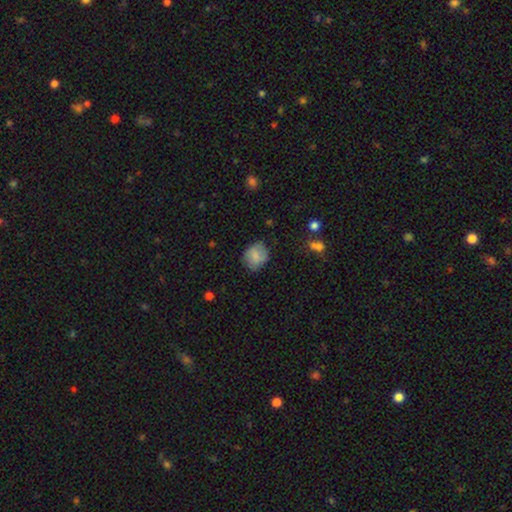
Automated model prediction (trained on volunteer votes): A smooth galaxy with no disk features (77%) that is round (65%). Merging: none (71%).